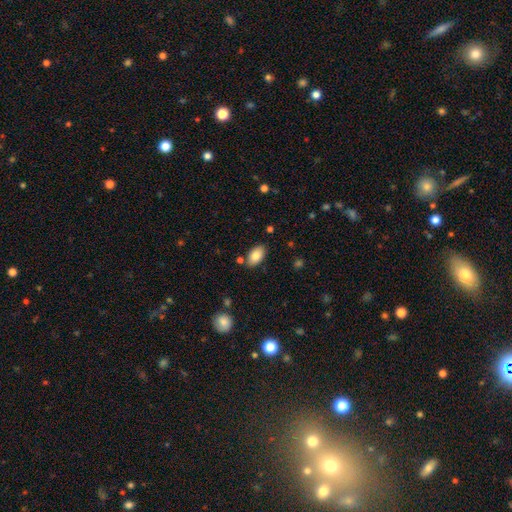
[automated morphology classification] Q: Smooth or featured?
A: smooth (83%); runner-up: featured or disk (10%)
Q: How rounded?
A: in between (94%); runner-up: round (4%)
Q: Merging?
A: none (82%); runner-up: minor disturbance (11%)